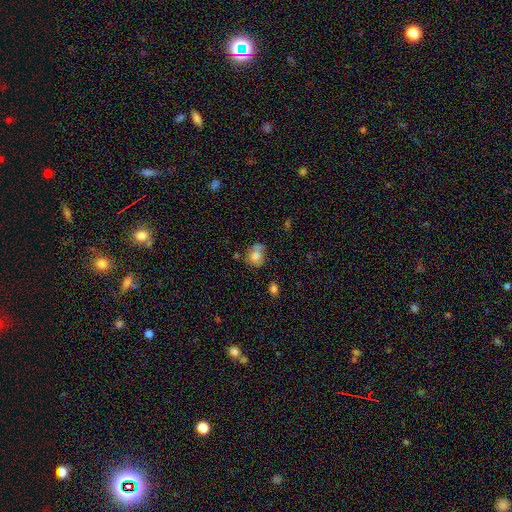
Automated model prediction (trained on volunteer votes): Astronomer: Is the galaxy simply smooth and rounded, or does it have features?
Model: smooth — 69%.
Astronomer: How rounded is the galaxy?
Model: round — 66%.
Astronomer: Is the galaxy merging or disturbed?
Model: none — 49%.